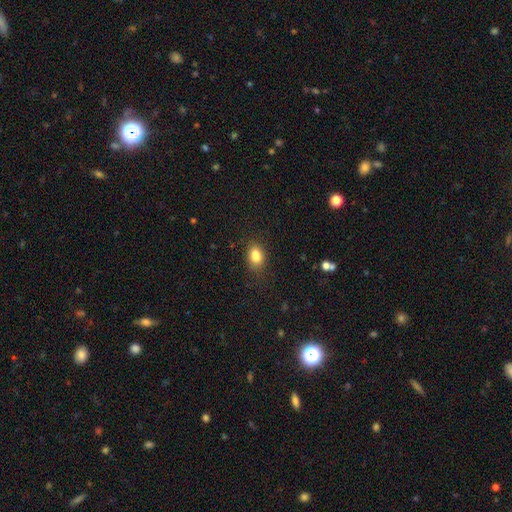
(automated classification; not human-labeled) Smooth or featured? smooth (85%)
How rounded? in between (77%)
Merging? none (77%)